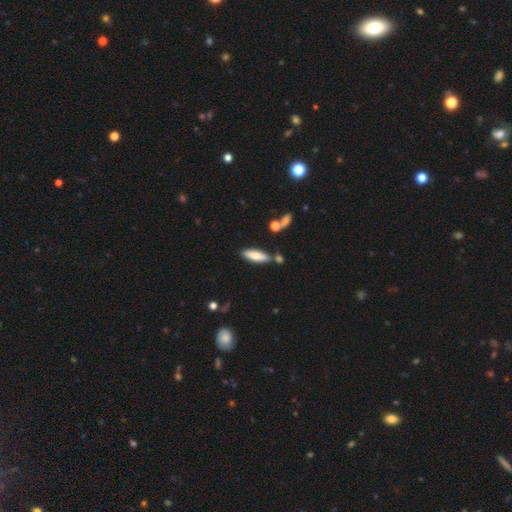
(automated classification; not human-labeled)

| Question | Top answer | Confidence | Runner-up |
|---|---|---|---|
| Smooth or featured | smooth | 75% | featured or disk (18%) |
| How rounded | in between | 50% | cigar-shaped (48%) |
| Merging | none | 77% | minor disturbance (12%) |